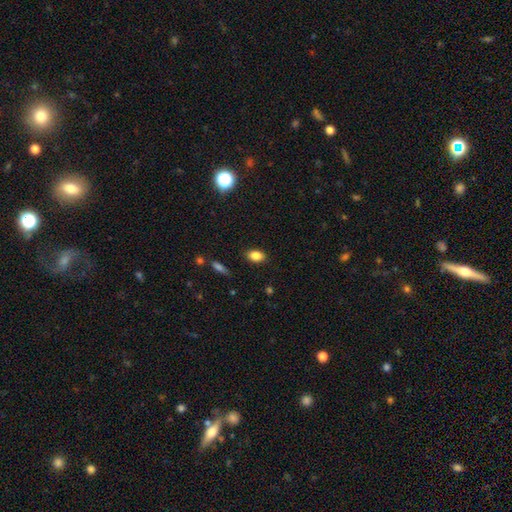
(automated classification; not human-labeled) Smooth or featured: smooth — 84% (star or artifact — 10%)
How rounded: in between — 84% (round — 14%)
Merging: none — 86% (minor disturbance — 10%)